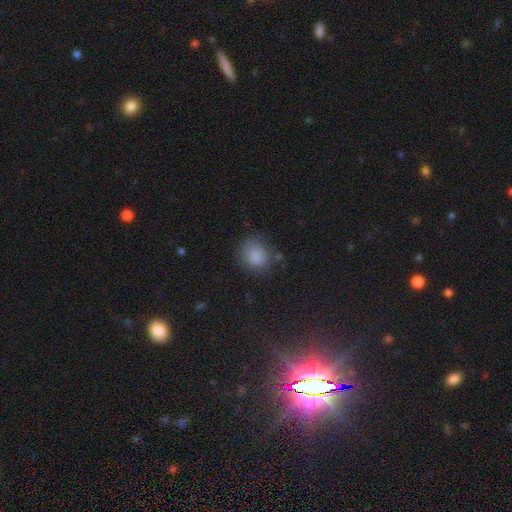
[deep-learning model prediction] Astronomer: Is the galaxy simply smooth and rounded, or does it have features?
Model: smooth — 82%.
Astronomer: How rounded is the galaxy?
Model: round — 75%.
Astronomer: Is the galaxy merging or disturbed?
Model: none — 67%.